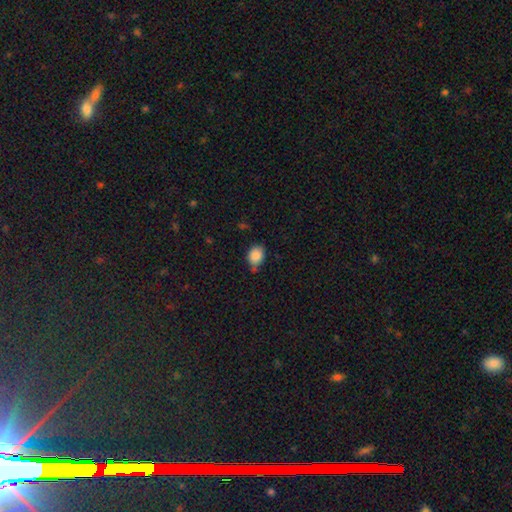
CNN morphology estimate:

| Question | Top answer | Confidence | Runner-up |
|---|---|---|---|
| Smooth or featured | smooth | 87% | star or artifact (9%) |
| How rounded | in between | 56% | round (43%) |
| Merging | none | 61% | minor disturbance (28%) |